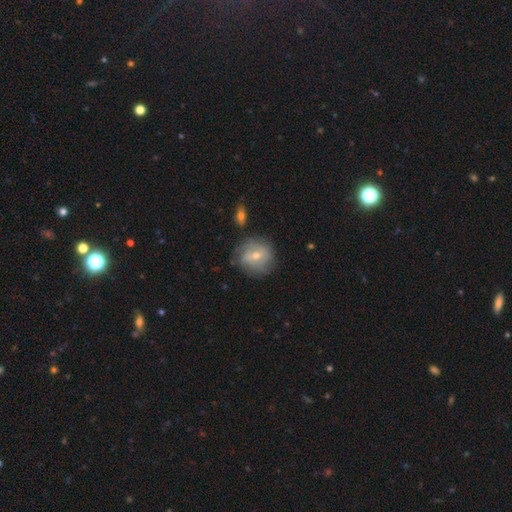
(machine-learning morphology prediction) A featured or disk galaxy (46%, tied with smooth). Merging: none (71%).